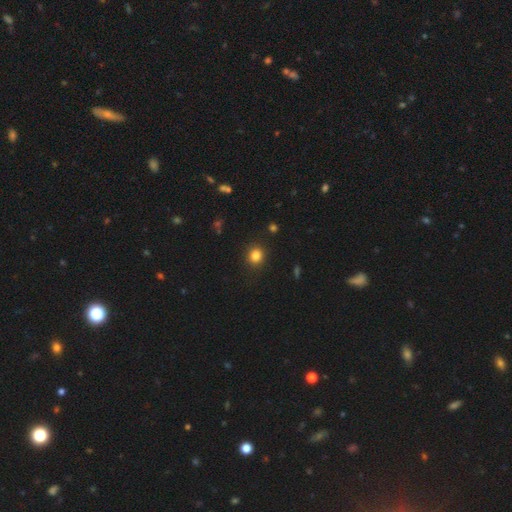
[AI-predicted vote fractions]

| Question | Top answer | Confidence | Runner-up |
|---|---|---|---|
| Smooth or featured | smooth | 83% | star or artifact (12%) |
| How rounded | round | 83% | in between (16%) |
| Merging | none | 90% | minor disturbance (6%) |